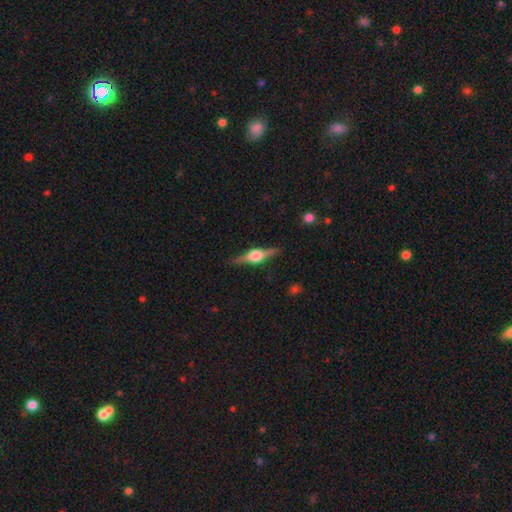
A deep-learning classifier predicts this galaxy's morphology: Overall: featured or disk (79%). Edge-on disk: yes (98%). Edge-on bulge: rounded (93%). Merging: none (88%).